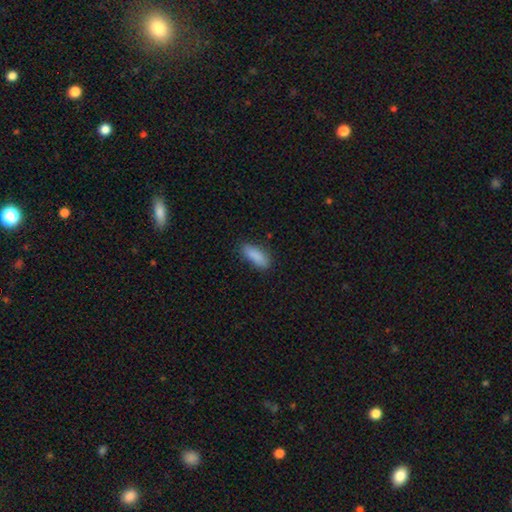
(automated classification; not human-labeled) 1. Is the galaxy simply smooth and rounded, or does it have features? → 87% smooth, 7% star or artifact, 6% featured or disk.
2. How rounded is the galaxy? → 71% in between, 27% cigar-shaped, 2% round.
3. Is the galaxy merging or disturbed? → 78% none, 16% minor disturbance, 3% major disturbance, 2% merger.